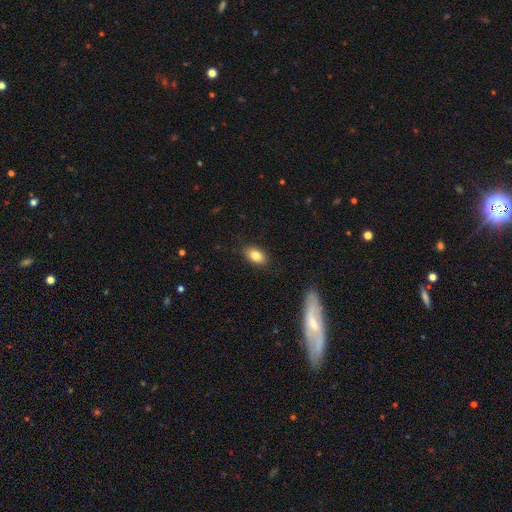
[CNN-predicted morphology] smooth 83%, featured or disk 9%, star or artifact 8%. Down the decision tree: how rounded — in between (90%); merging — none (87%).